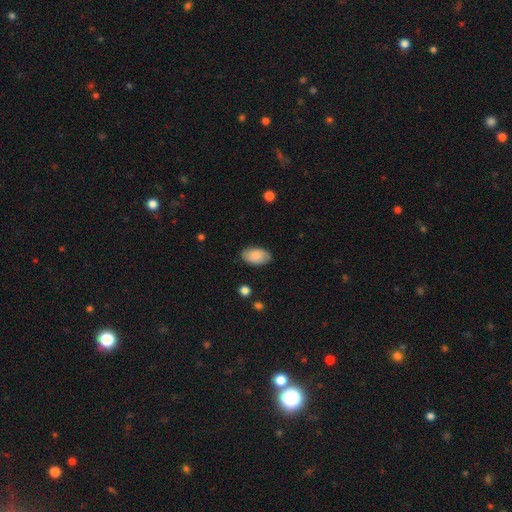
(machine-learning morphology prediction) smooth 87%, featured or disk 7%, star or artifact 6%. Down the decision tree: how rounded — in between (95%); merging — none (84%).